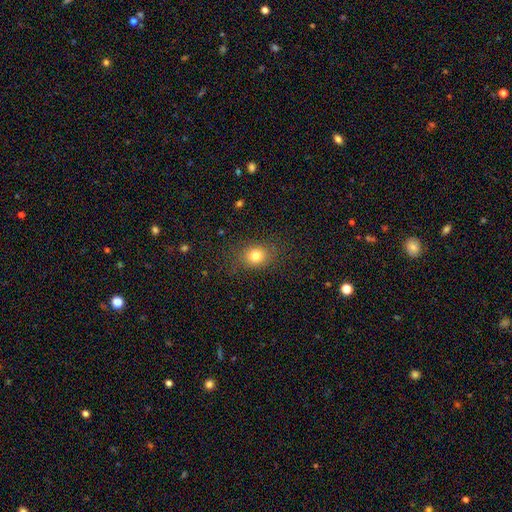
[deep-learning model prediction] A smooth galaxy with no disk features (79%) that is round (56%). Merging: none (81%).